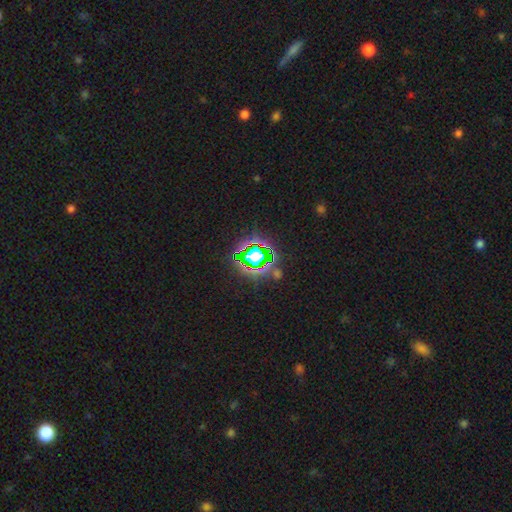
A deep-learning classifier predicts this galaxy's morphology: star or artifact 71%, smooth 17%, featured or disk 12%.